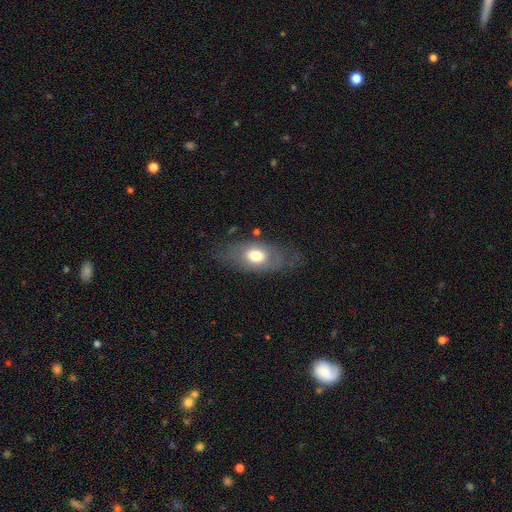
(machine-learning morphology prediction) smooth-or-featured: smooth: 64% | featured or disk: 28% | star or artifact: 7%
  how-rounded: in between: 87% | round: 9% | cigar-shaped: 4%
  merging: none: 73% | minor disturbance: 17% | major disturbance: 8% | merger: 2%